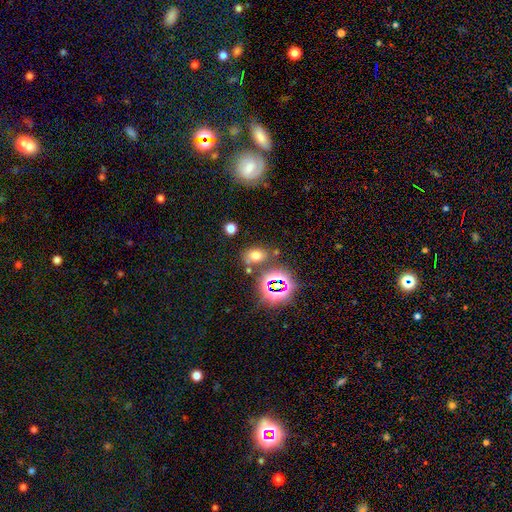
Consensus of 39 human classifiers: Overall: smooth (77%). How rounded: in between (83%). Merging: none (82%).